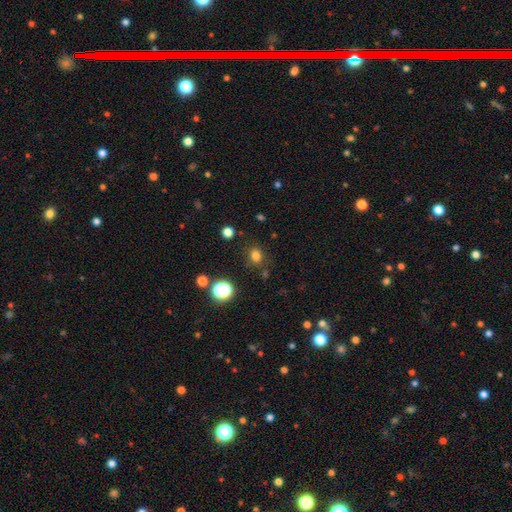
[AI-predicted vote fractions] Smooth or featured? Predicted: smooth (p=0.77). How rounded? Predicted: round (p=0.60). Merging? Predicted: none (p=0.81).